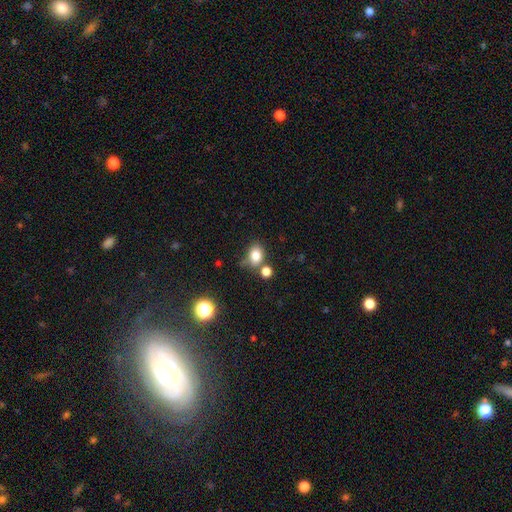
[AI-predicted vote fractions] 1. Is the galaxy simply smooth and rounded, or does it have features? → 81% smooth, 12% star or artifact, 7% featured or disk.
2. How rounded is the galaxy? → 63% in between, 35% round, 1% cigar-shaped.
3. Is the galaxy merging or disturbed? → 59% none, 18% merger, 17% minor disturbance, 6% major disturbance.